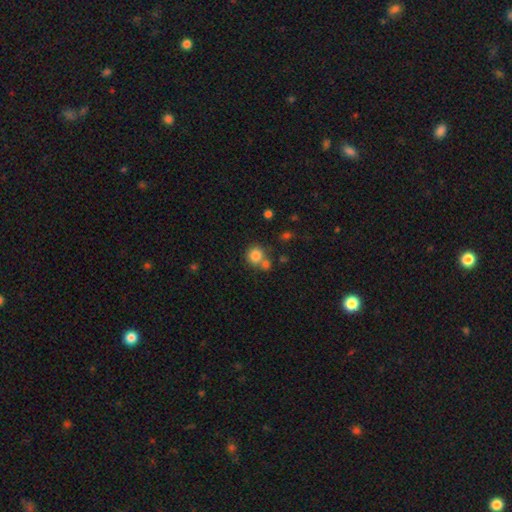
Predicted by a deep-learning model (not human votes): Smooth or featured? smooth (82%)
How rounded? round (88%)
Merging? none (57%)